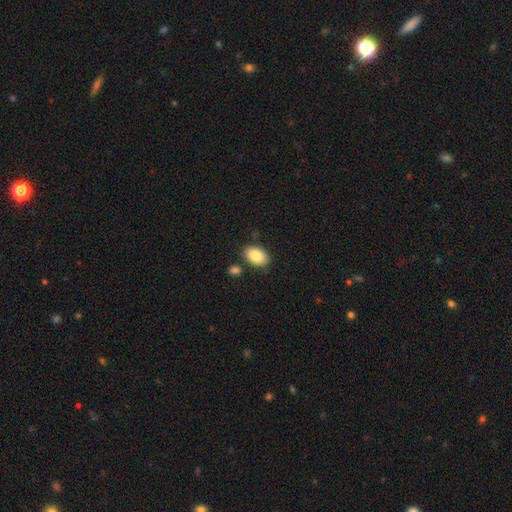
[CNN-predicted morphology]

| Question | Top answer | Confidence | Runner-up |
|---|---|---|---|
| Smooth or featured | smooth | 87% | star or artifact (7%) |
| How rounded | in between | 90% | round (9%) |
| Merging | none | 82% | minor disturbance (10%) |